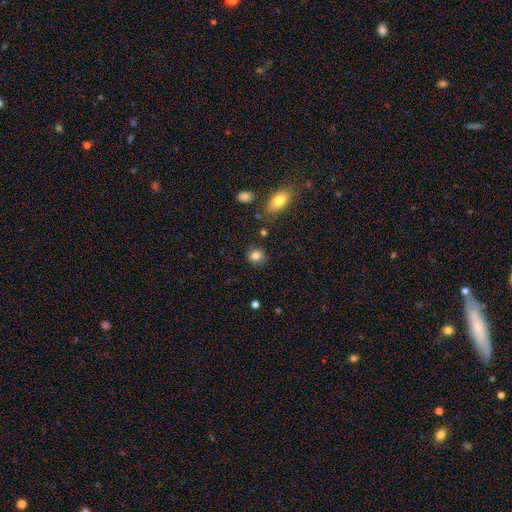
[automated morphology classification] The model was most divided on "how rounded": round: 76%, in between: 23%, cigar-shaped: 1%. More confident: smooth or featured — smooth (83%); merging — none (83%).